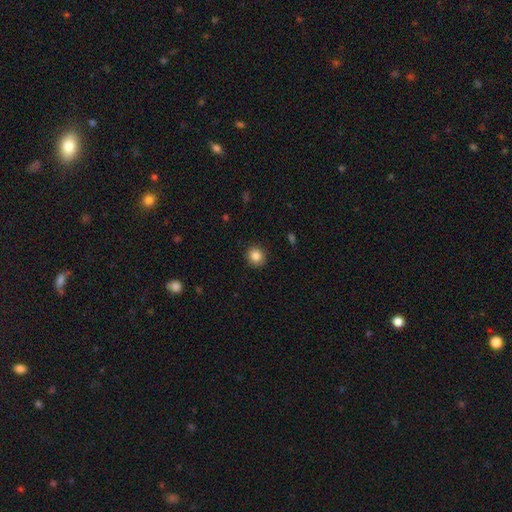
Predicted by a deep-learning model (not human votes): This is clearly a smooth galaxy (85%). How rounded: clearly round (86%). Merging: clearly none (91%).